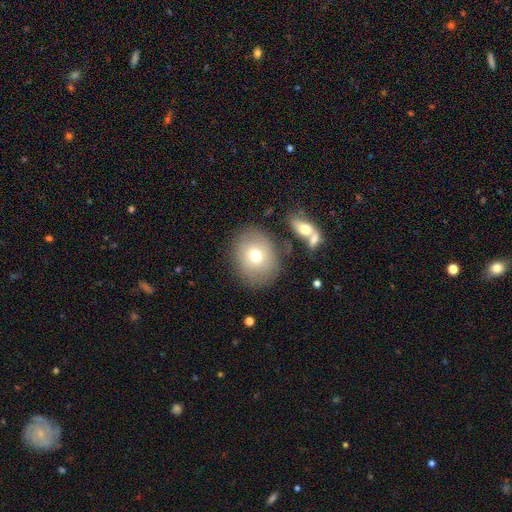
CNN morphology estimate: This appears to be a smooth galaxy with no disk features (68%) that is round (62%). Merging: none (75%).